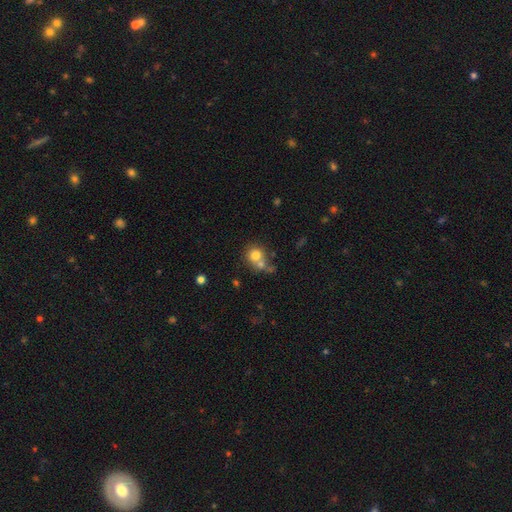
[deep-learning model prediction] Smooth or featured? Predicted: smooth (p=0.74). How rounded? Predicted: round (p=0.84). Merging? Predicted: none (p=0.43, tied with merger).